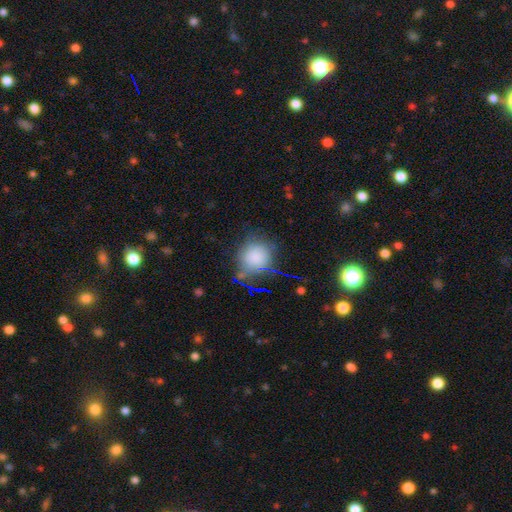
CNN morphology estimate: Overall: smooth (78%). How rounded: round (78%). Merging: none (61%; minor disturbance 24%).